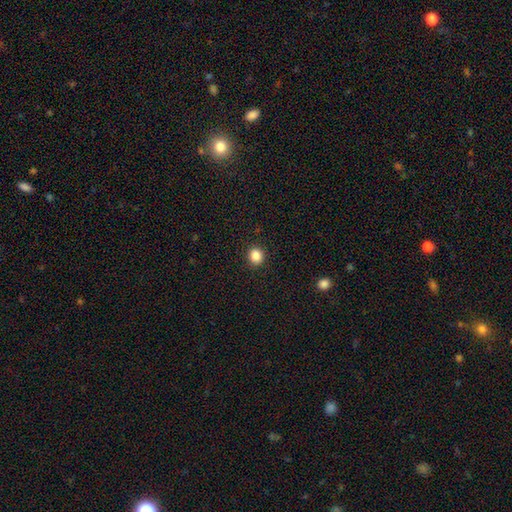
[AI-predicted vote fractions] This is clearly a smooth galaxy (85%). How rounded: clearly round (85%). Merging: clearly none (92%).